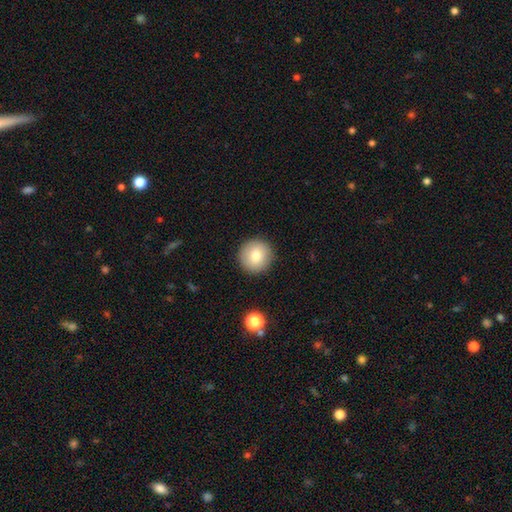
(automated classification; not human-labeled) smooth 81%, featured or disk 11%, star or artifact 9%. Down the decision tree: how rounded — round (95%); merging — none (91%).